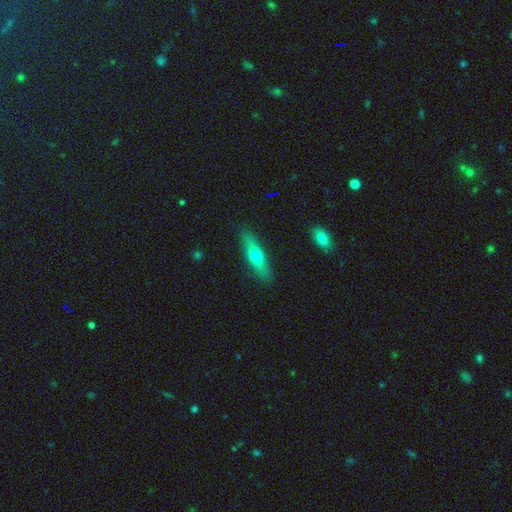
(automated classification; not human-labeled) smooth 56%, featured or disk 38%, star or artifact 6%. Down the decision tree: how rounded — cigar-shaped (70%); merging — none (88%).